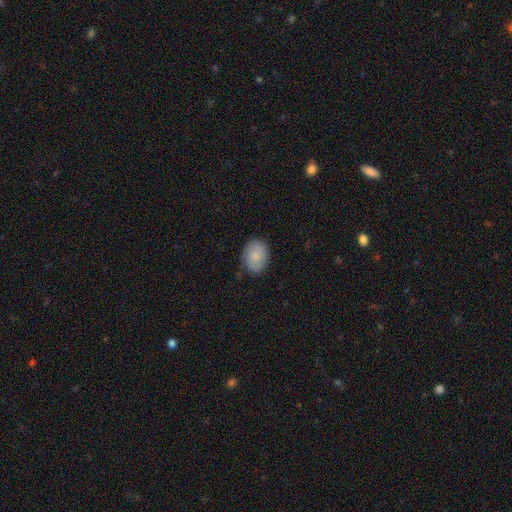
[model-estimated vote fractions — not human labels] Smooth or featured?
  - smooth: 85% *
  - featured or disk: 9%
  - star or artifact: 6%
How rounded?
  - in between: 70% *
  - round: 29%
  - cigar-shaped: 1%
Merging?
  - none: 82% *
  - minor disturbance: 14%
  - major disturbance: 3%
  - merger: 1%